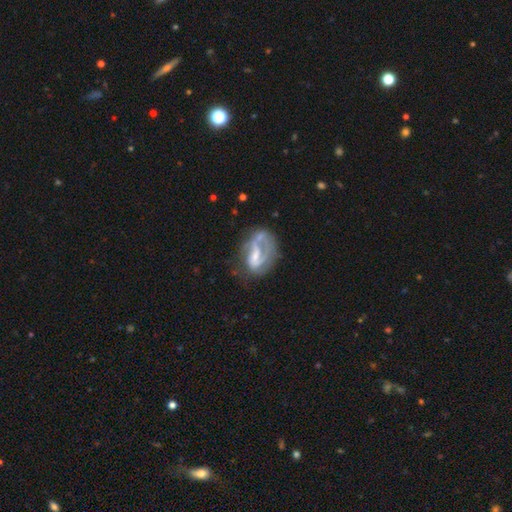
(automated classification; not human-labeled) Smooth or featured?
  - featured or disk: 69% *
  - smooth: 24%
  - star or artifact: 8%
Edge-on disk?
  - no: 97% *
  - yes: 3%
Bar?
  - weak: 42% *
  - no: 38%
  - strong: 19%
Spiral arms?
  - yes: 66% *
  - no: 34%
Bulge size?
  - small: 40% *
  - moderate: 32%
  - none: 22%
  - large: 5%
  - dominant: 1%
Merging?
  - none: 38% *
  - major disturbance: 32%
  - minor disturbance: 22%
  - merger: 8%